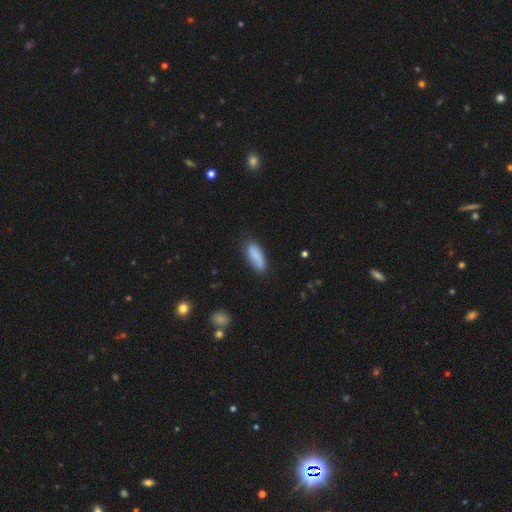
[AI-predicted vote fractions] A smooth galaxy with no disk features (83%) that is in between round and cigar-shaped (66%).

Vote fractions:
- Smooth or featured? smooth: 83% / featured or disk: 10% / star or artifact: 7%
- How rounded? in between: 66% / cigar-shaped: 32% / round: 2%
- Merging? none: 73% / minor disturbance: 21% / major disturbance: 4% / merger: 2%